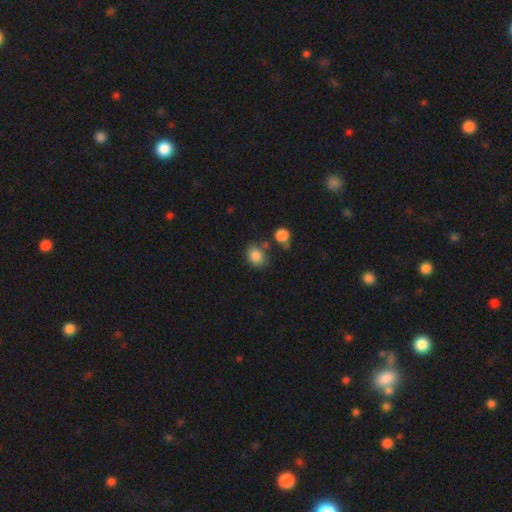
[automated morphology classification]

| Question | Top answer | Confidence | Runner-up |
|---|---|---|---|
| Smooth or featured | smooth | 85% | star or artifact (9%) |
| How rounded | in between | 55% | round (44%) |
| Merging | none | 60% | minor disturbance (20%) |